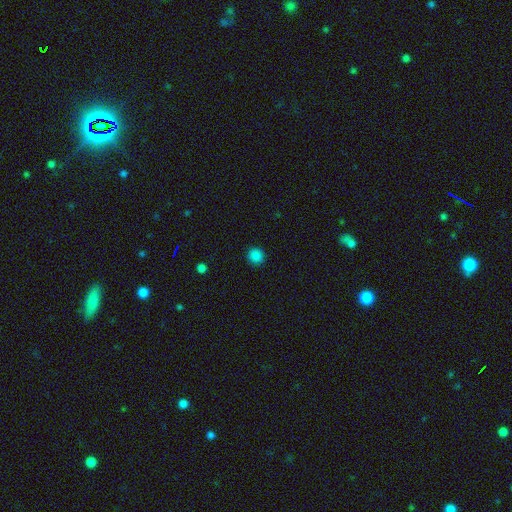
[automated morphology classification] Smooth or featured: smooth — 85% (star or artifact — 12%)
How rounded: round — 93% (in between — 6%)
Merging: none — 92% (minor disturbance — 5%)